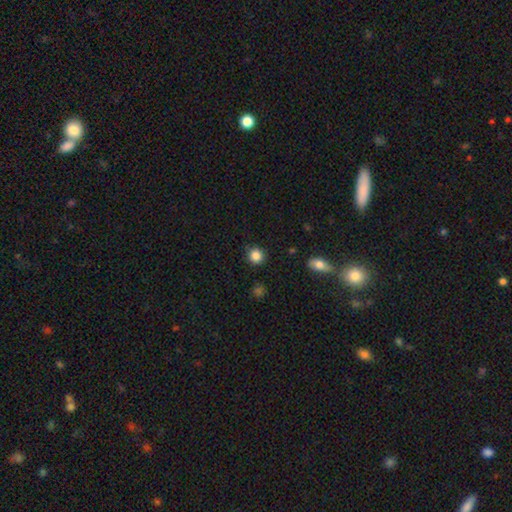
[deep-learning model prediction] Smooth or featured? smooth (86%)
How rounded? round (91%)
Merging? none (88%)